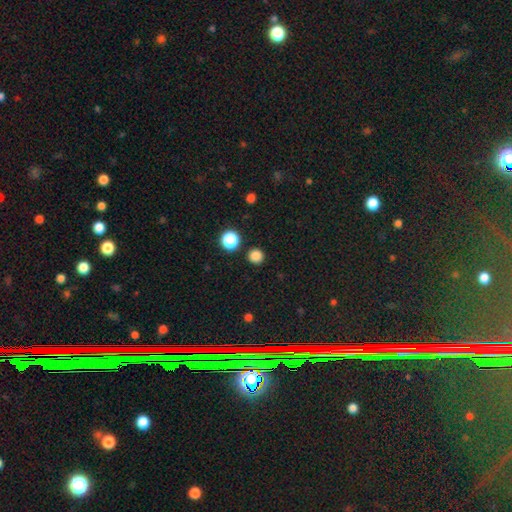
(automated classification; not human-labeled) Smooth or featured?
  - smooth: 83% *
  - star or artifact: 14%
  - featured or disk: 3%
How rounded?
  - round: 95% *
  - in between: 5%
  - cigar-shaped: 1%
Merging?
  - none: 91% *
  - minor disturbance: 5%
  - merger: 2%
  - major disturbance: 2%